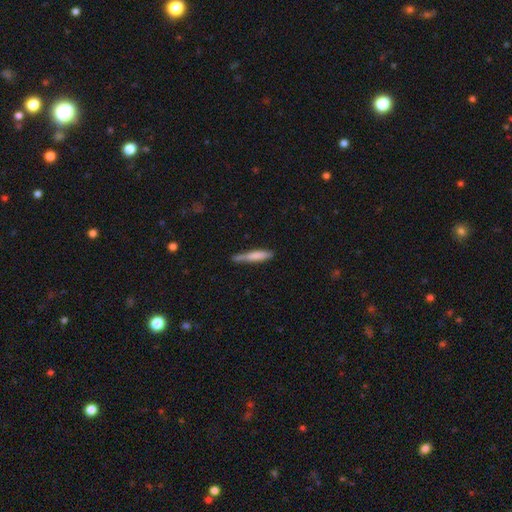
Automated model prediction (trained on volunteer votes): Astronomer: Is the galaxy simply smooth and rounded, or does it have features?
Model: smooth — 73%.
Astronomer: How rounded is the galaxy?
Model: cigar-shaped — 91%.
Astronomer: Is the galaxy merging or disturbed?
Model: none — 66%.